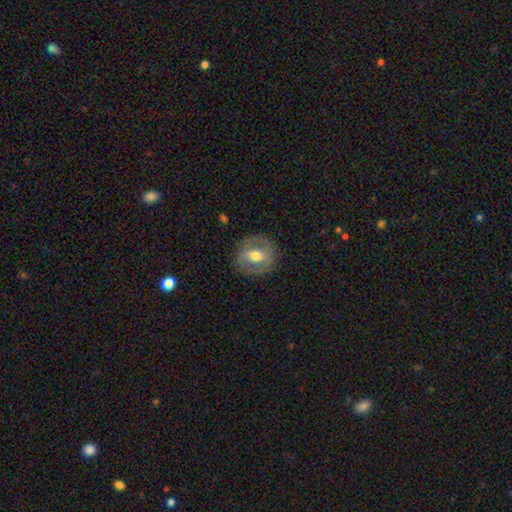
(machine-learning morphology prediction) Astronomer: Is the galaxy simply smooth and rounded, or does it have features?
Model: featured or disk — 59%.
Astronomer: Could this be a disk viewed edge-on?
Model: no — 94%.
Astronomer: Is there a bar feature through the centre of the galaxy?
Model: weak — 39% (runner-up: strong, 35%).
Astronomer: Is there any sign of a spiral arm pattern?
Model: yes — 52% (runner-up: no, 48%).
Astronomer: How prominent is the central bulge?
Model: moderate — 69%.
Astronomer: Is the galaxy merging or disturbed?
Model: none — 84%.